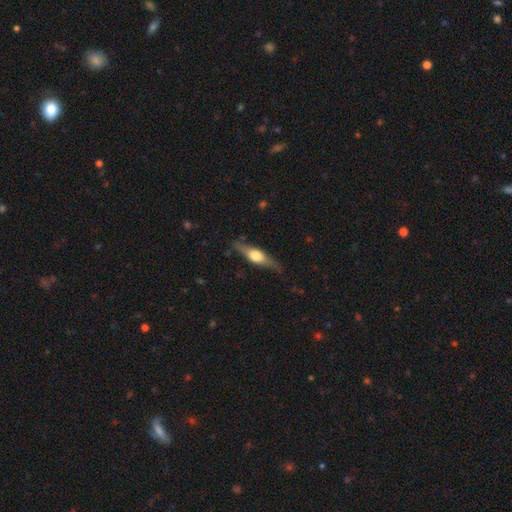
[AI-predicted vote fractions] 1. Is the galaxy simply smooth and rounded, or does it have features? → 61% featured or disk, 33% smooth, 6% star or artifact.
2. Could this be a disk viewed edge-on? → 93% yes, 7% no.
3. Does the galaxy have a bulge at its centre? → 92% rounded, 6% boxy, 2% none.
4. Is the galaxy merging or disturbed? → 79% none, 16% minor disturbance, 3% major disturbance, 2% merger.